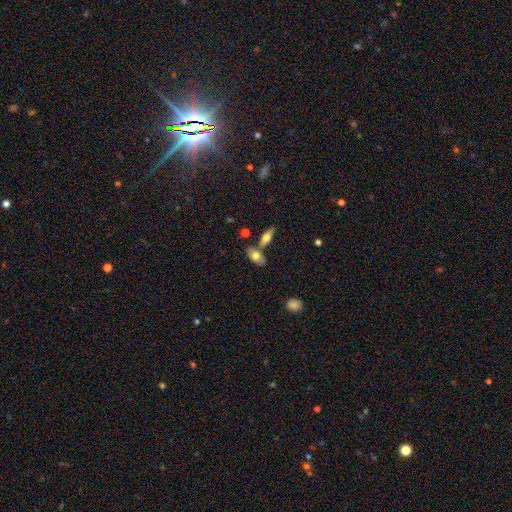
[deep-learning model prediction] smooth 68%, featured or disk 25%, star or artifact 7%. Down the decision tree: how rounded — in between (86%); merging — none (58%).